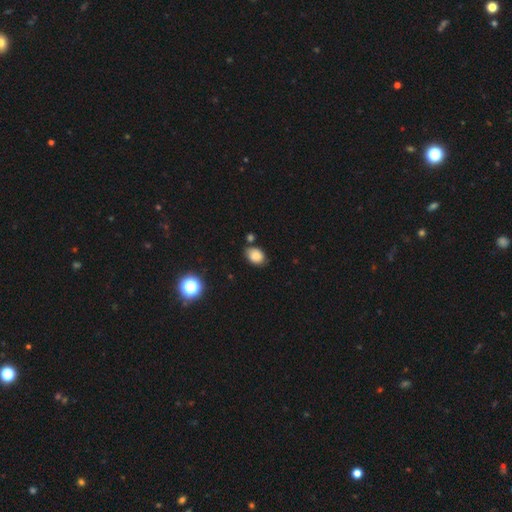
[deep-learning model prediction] Smooth or featured?
  - smooth: 84% *
  - star or artifact: 10%
  - featured or disk: 6%
How rounded?
  - in between: 72% *
  - round: 27%
  - cigar-shaped: 1%
Merging?
  - none: 69% *
  - minor disturbance: 20%
  - merger: 7%
  - major disturbance: 4%